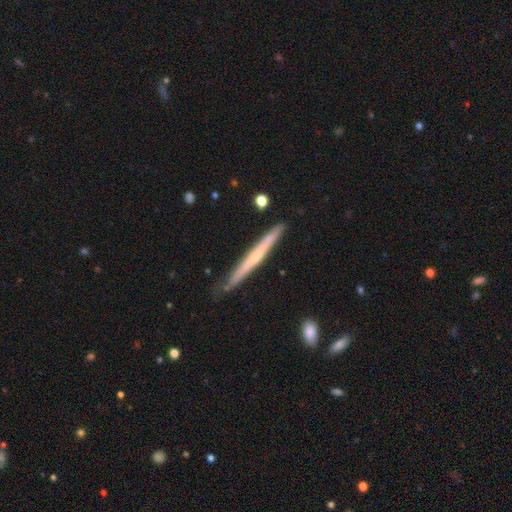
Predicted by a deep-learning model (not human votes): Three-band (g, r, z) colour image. It shows a featured or disk galaxy (57%) viewed edge-on (96%) with no central bulge (58%). Merging: none (83%).